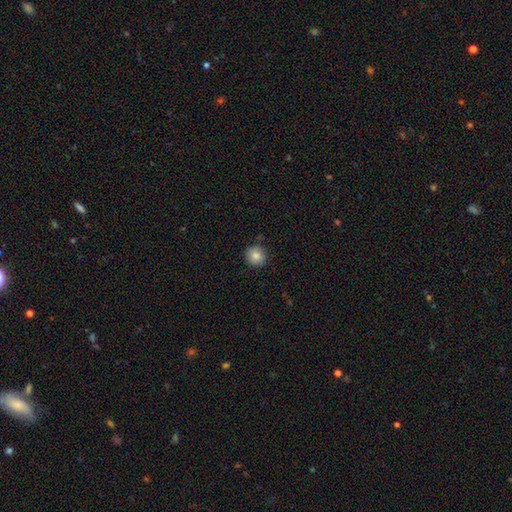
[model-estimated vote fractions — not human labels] Q: Smooth or featured?
A: smooth (83%); runner-up: star or artifact (9%)
Q: How rounded?
A: round (92%); runner-up: in between (7%)
Q: Merging?
A: none (86%); runner-up: minor disturbance (10%)